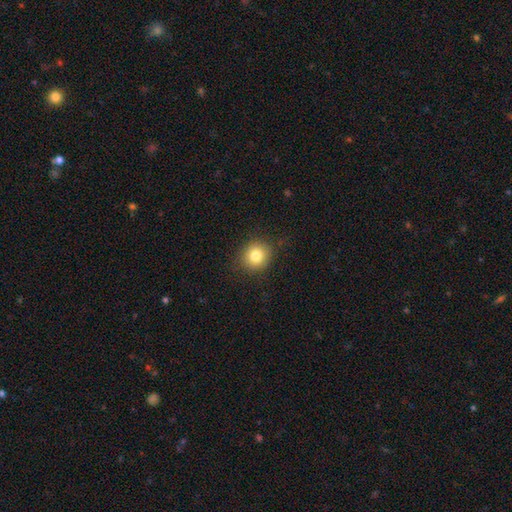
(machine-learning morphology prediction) The model was most divided on "how rounded": round: 84%, in between: 15%, cigar-shaped: 1%. More confident: merging — none (87%); smooth or featured — smooth (81%).